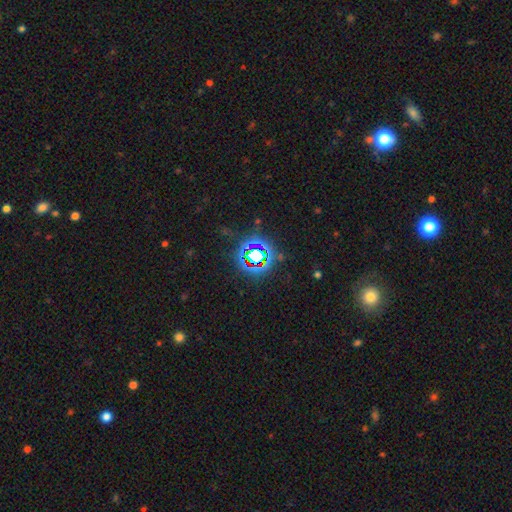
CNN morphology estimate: The model was most divided on "smooth or featured": star or artifact: 73%, smooth: 16%, featured or disk: 11%.